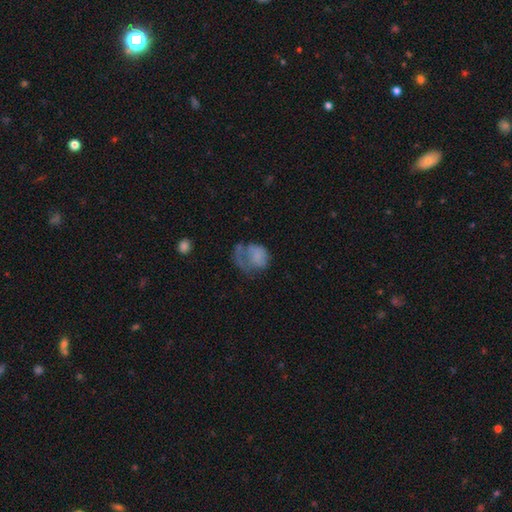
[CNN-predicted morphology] smooth_or_featured: smooth (p=0.54) [alt: featured or disk p=0.35]
how_rounded: round (p=0.52) [alt: in between p=0.47]
merging: major disturbance (p=0.51) [alt: none p=0.23]